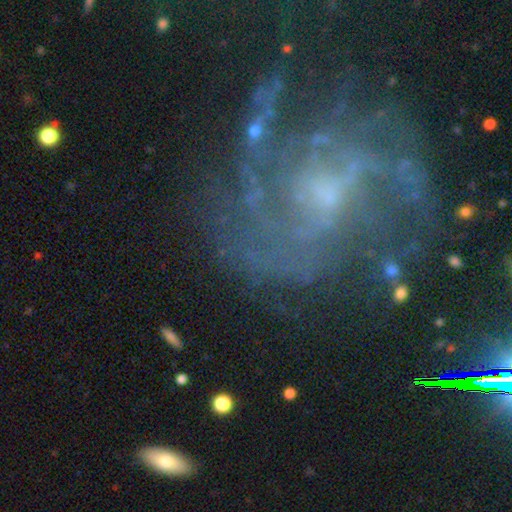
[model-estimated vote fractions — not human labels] A featured or disk galaxy (82%) with no bar (50%), can't tell (27%, tied with 2) medium (43%) spiral arms (92%) and a small central bulge (58%).

Vote fractions:
- Smooth or featured? featured or disk: 82% / star or artifact: 11% / smooth: 7%
- Edge-on disk? no: 98% / yes: 2%
- Bar? no: 50% / weak: 39% / strong: 11%
- Spiral arms? yes: 92% / no: 8%
- Spiral winding? medium: 43% / tight: 36% / loose: 21%
- Spiral arm count? can't tell: 27% (tied) / 2: 27% (tied) / 3: 17% / 4: 11% / more than 4: 9% / 1: 9%
- Bulge size? small: 58% / moderate: 22% / none: 16% / large: 3% / dominant: 1%
- Merging? none: 64% / minor disturbance: 17% / major disturbance: 16% / merger: 3%